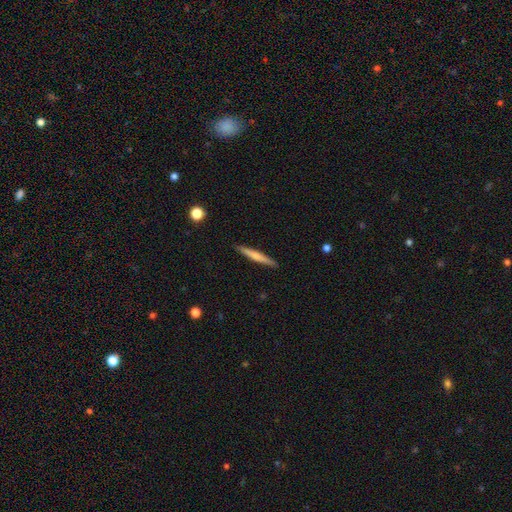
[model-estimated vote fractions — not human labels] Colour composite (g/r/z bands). It shows a smooth galaxy with no disk features (55%) that is cigar-shaped (95%). Merging: none (91%).